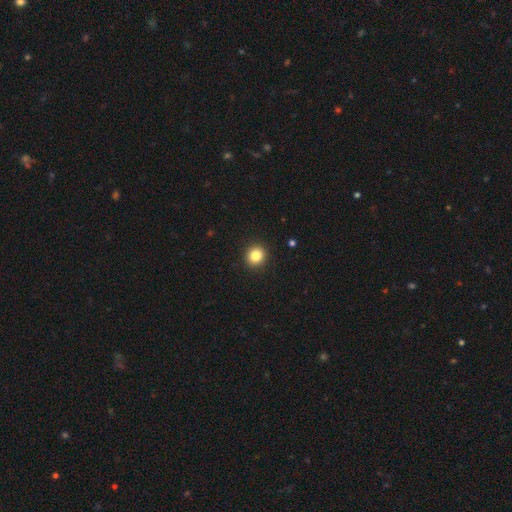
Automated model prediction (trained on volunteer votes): Overall: smooth (84%). How rounded: round (90%). Merging: none (93%).